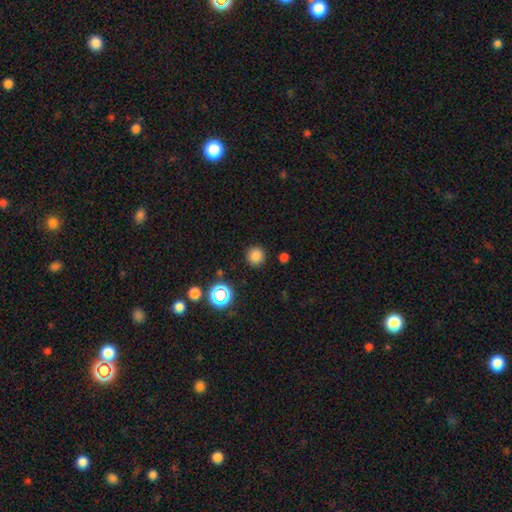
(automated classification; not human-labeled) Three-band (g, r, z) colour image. It shows a smooth galaxy with no disk features (80%) that is round (93%). Merging: none (90%).